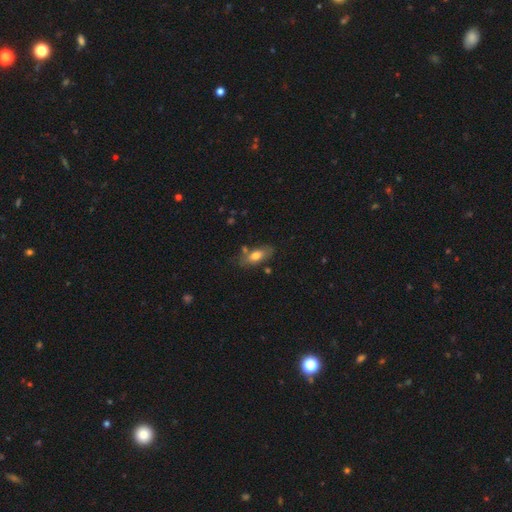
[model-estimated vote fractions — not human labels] smooth-or-featured: smooth: 70% | featured or disk: 23% | star or artifact: 7%
  how-rounded: in between: 82% | cigar-shaped: 14% | round: 4%
  merging: none: 71% | minor disturbance: 17% | merger: 8% | major disturbance: 4%